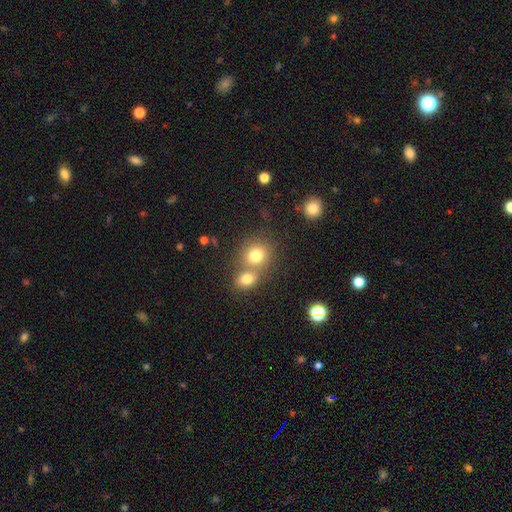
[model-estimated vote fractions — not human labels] This appears to be a smooth galaxy with no disk features (78%) that is round (79%). Merging: merger (45%).